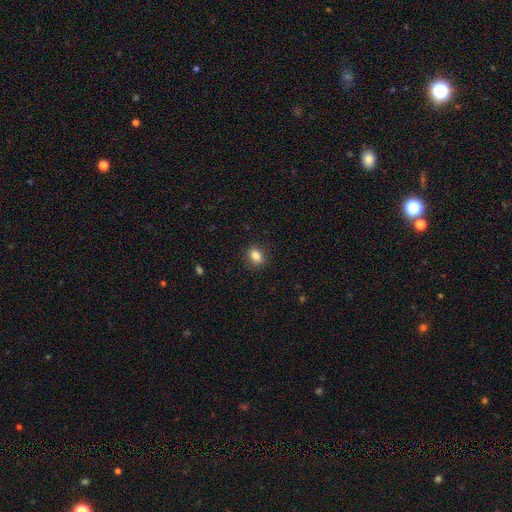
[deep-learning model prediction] Q: Smooth or featured?
A: smooth (85%); runner-up: star or artifact (10%)
Q: How rounded?
A: in between (58%); runner-up: round (40%)
Q: Merging?
A: none (87%); runner-up: minor disturbance (10%)